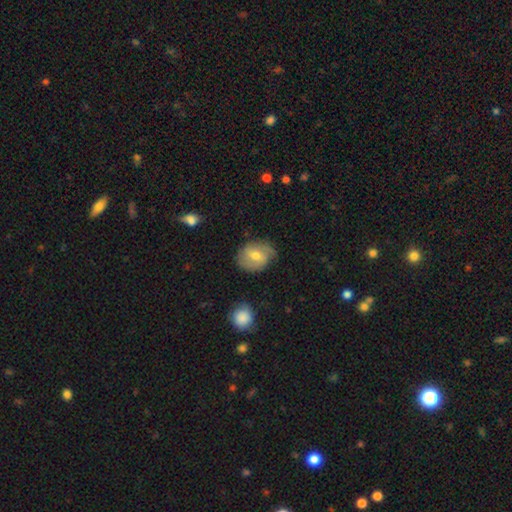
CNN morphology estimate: smooth-or-featured: smooth: 49% | featured or disk: 43% | star or artifact: 7%
  merging: none: 67% | minor disturbance: 25% | major disturbance: 7% | merger: 2%